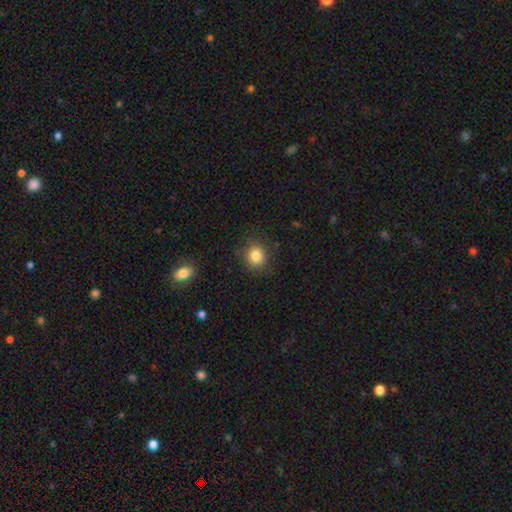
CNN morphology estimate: This appears to be a smooth galaxy with no disk features (84%) that is round (79%). Merging: none (85%).